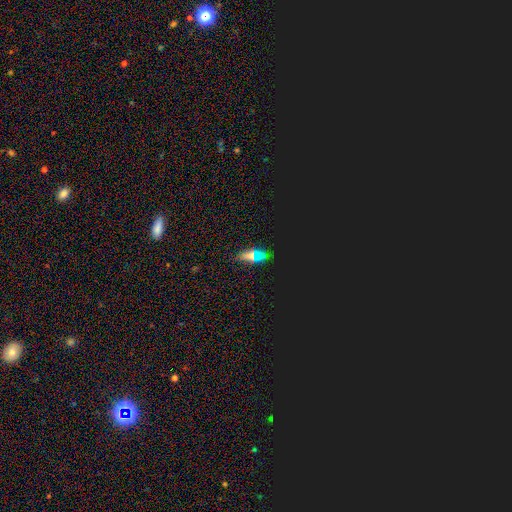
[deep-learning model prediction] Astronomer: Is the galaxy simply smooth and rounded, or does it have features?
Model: smooth — 50% (runner-up: star or artifact, 33%).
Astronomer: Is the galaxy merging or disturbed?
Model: none — 80%.